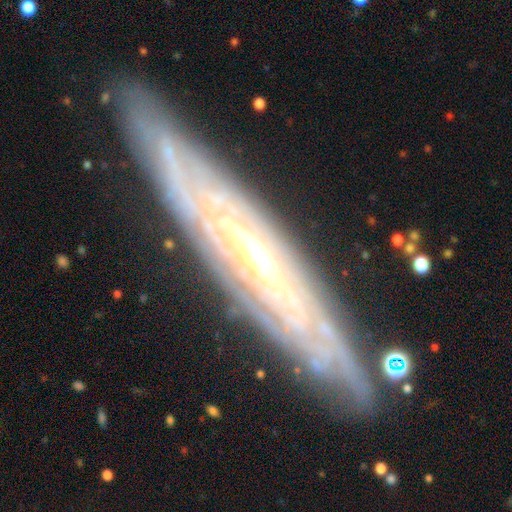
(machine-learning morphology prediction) featured or disk 85%, smooth 9%, star or artifact 6%. Down the decision tree: edge-on disk — no (50%, tied with yes); merging — none (79%).